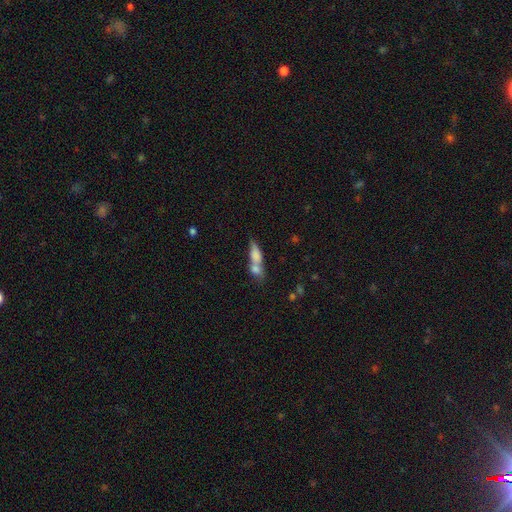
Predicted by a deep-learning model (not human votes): A smooth galaxy with no disk features (70%) that is in between round and cigar-shaped (57%). Merging: merger (62%).